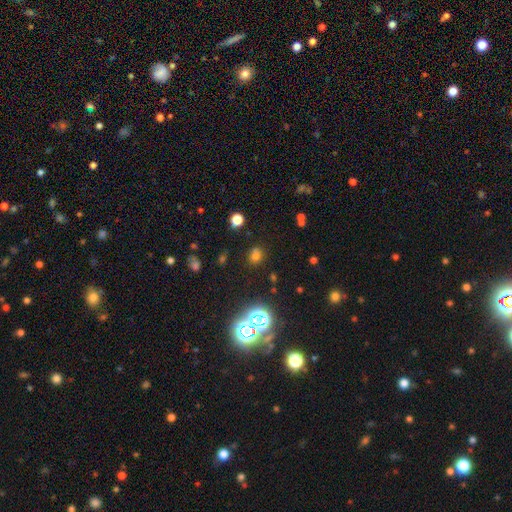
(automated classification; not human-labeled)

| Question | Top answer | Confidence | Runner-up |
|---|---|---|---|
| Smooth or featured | smooth | 61% | star or artifact (31%) |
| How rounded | round | 55% | in between (43%) |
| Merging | none | 73% | minor disturbance (13%) |